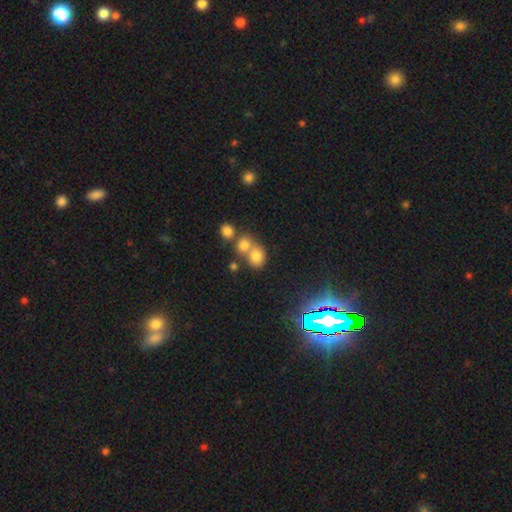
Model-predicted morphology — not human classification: smooth_or_featured: smooth (p=0.74) [alt: star or artifact p=0.14]
how_rounded: round (p=0.66) [alt: in between p=0.33]
merging: merger (p=0.52) [alt: none p=0.36]